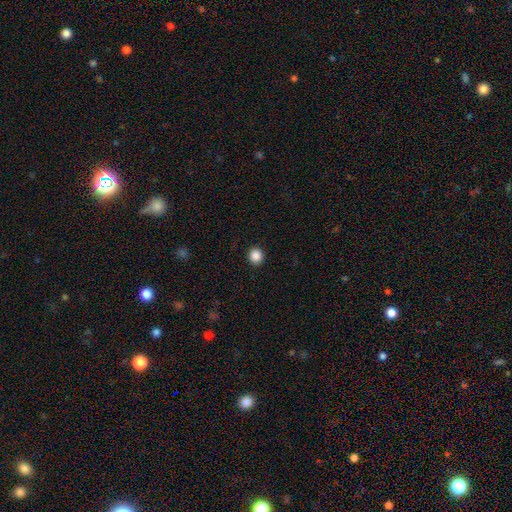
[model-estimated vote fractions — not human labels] smooth 87%, star or artifact 10%, featured or disk 3%. Down the decision tree: how rounded — round (87%); merging — none (93%).